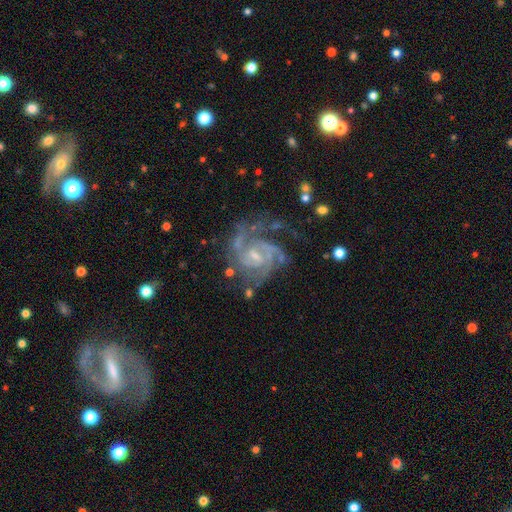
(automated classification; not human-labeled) A featured or disk galaxy (90%) with a weak bar (55%), 3 (31%) tight (46%) spiral arms (97%) and a small central bulge (57%). Merging: none (56%).